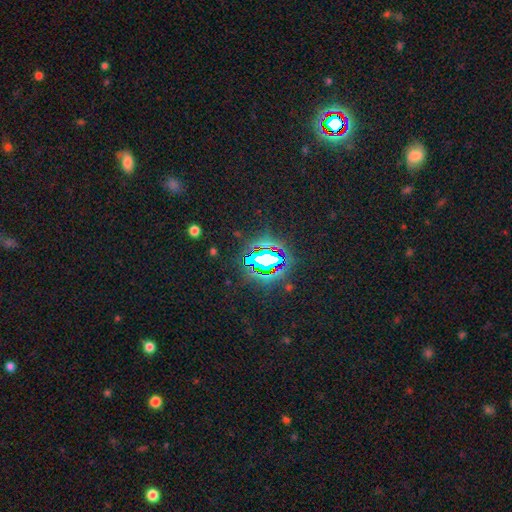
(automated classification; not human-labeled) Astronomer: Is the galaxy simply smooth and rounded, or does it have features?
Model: star or artifact — 77%.